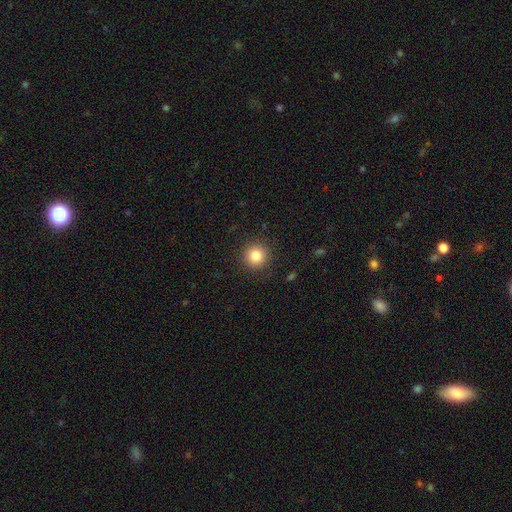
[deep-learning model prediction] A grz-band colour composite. It shows a smooth galaxy with no disk features (83%) that is round (94%). Merging: none (90%).